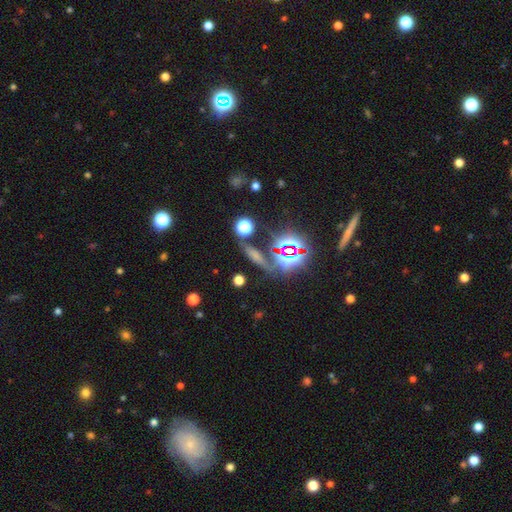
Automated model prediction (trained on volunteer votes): This is marginally a smooth galaxy (44%). Merging: likely none (68%).